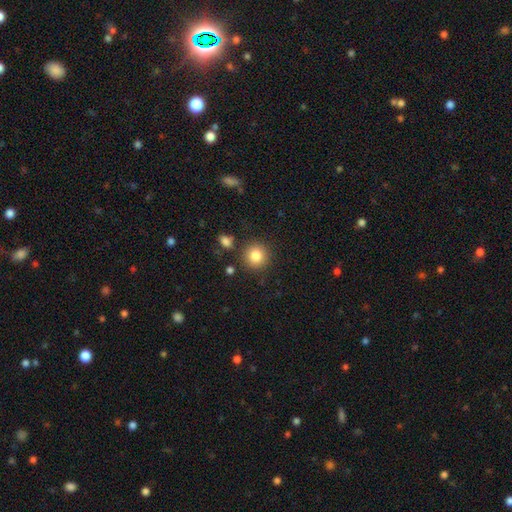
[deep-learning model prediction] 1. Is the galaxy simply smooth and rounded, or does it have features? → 84% smooth, 10% star or artifact, 6% featured or disk.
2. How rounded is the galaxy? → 92% round, 7% in between, 1% cigar-shaped.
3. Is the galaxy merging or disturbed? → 86% none, 8% minor disturbance, 4% merger, 3% major disturbance.